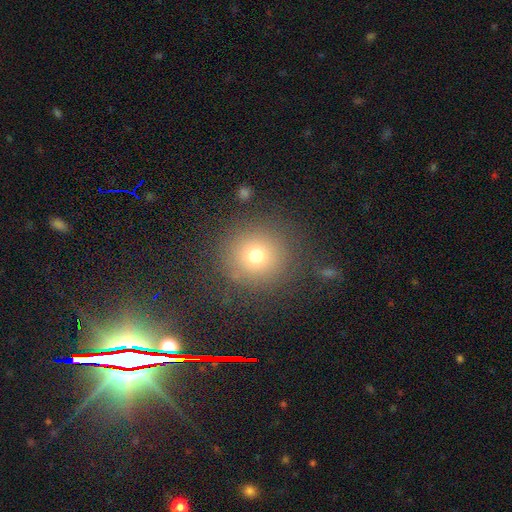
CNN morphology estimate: Smooth or featured?
  - smooth: 73% *
  - star or artifact: 16%
  - featured or disk: 11%
How rounded?
  - round: 94% *
  - in between: 5%
  - cigar-shaped: 1%
Merging?
  - none: 85% *
  - minor disturbance: 8%
  - major disturbance: 5%
  - merger: 2%